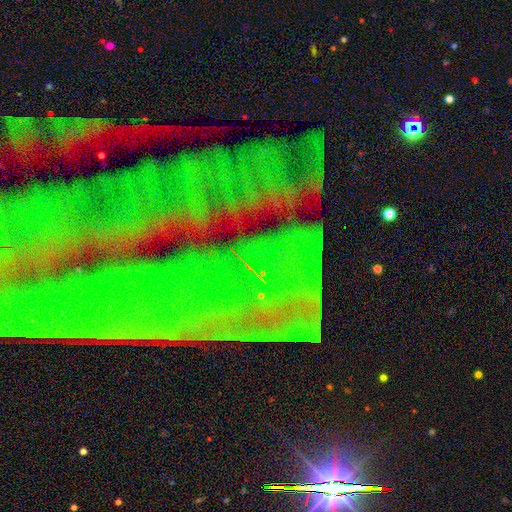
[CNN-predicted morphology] star or artifact 82%, featured or disk 11%, smooth 7%.